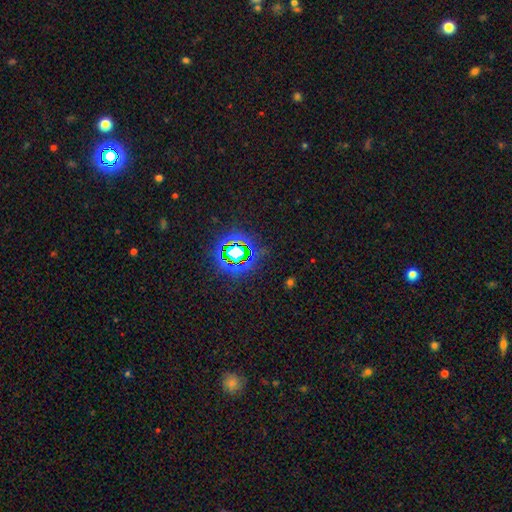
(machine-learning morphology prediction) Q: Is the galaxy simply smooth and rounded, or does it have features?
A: star or artifact — 72%.